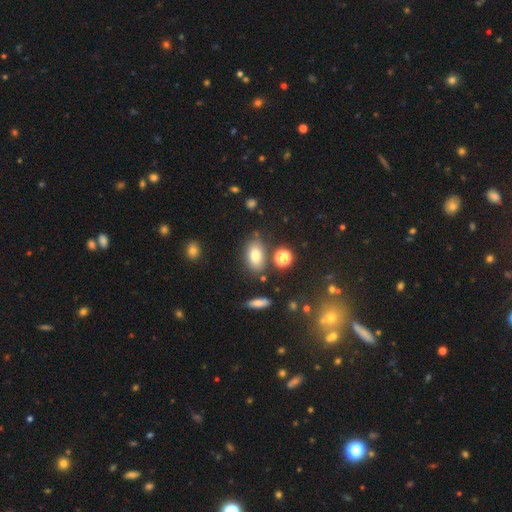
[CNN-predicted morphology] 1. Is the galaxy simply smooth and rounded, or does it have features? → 75% smooth, 13% featured or disk, 12% star or artifact.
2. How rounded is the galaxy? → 86% in between, 11% round, 3% cigar-shaped.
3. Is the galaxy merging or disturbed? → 75% none, 13% minor disturbance, 8% merger, 4% major disturbance.